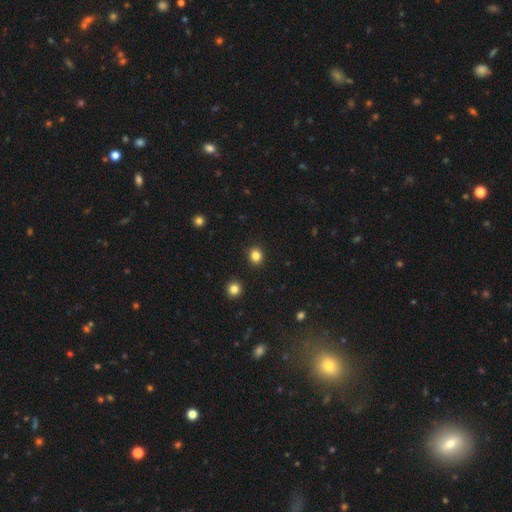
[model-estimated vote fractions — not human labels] A smooth galaxy with no disk features (83%) that is round (81%). Merging: none (92%).